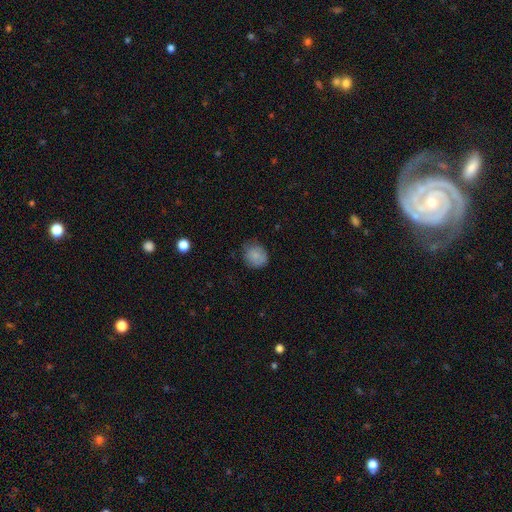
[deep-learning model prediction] Smooth or featured? Predicted: smooth (p=0.82). How rounded? Predicted: round (p=0.74). Merging? Predicted: none (p=0.70).